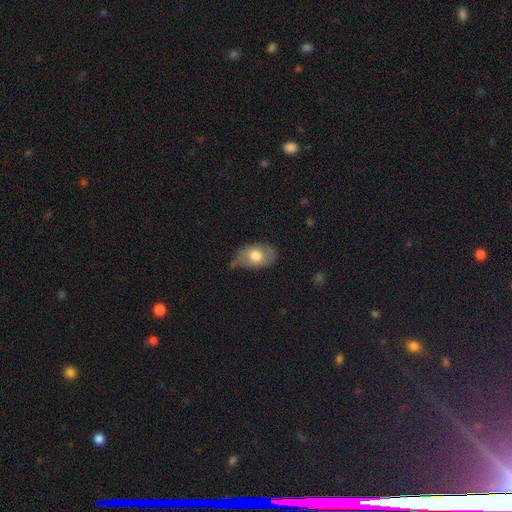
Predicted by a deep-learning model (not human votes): A smooth galaxy with no disk features (67%) that is in between round and cigar-shaped (89%).

Vote fractions:
- Smooth or featured? smooth: 67% / featured or disk: 26% / star or artifact: 6%
- How rounded? in between: 89% / round: 10% / cigar-shaped: 1%
- Merging? none: 54% / minor disturbance: 34% / major disturbance: 8% / merger: 4%